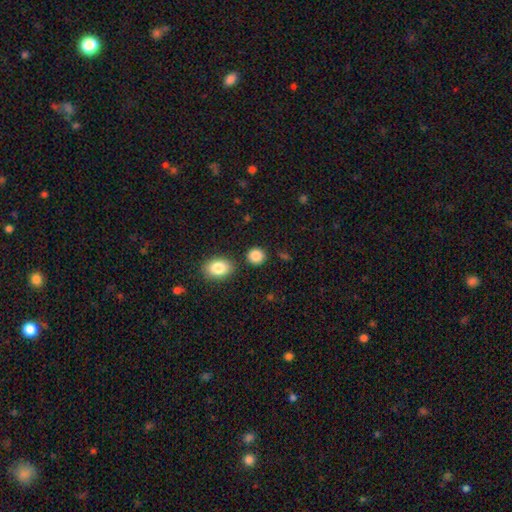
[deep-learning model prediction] This is clearly a smooth galaxy (87%). How rounded: clearly round (83%). Merging: clearly none (83%).